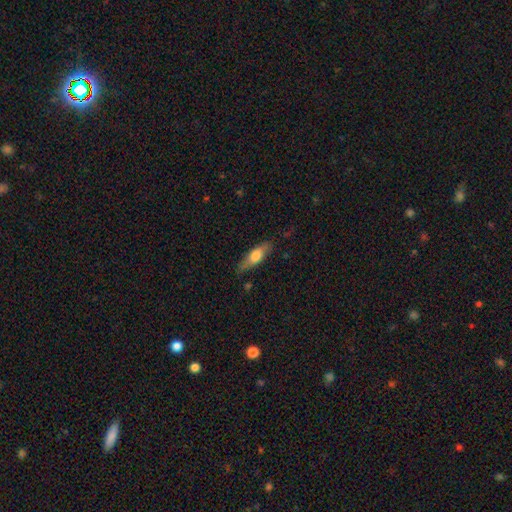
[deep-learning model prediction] smooth 62%, featured or disk 32%, star or artifact 6%. Down the decision tree: how rounded — in between (49%, tied with cigar-shaped); merging — none (80%).